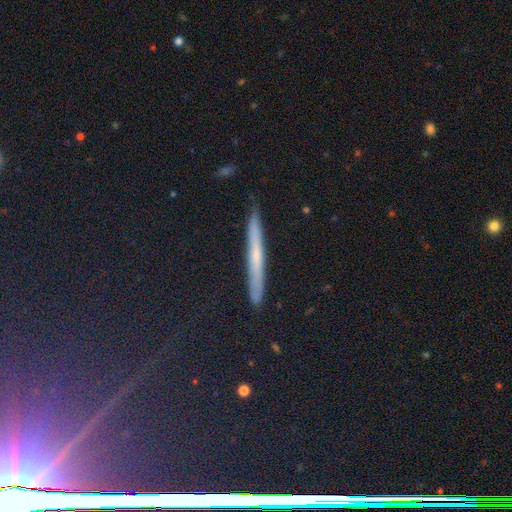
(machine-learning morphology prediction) This appears to be a featured or disk galaxy (44%). Merging: none (90%).